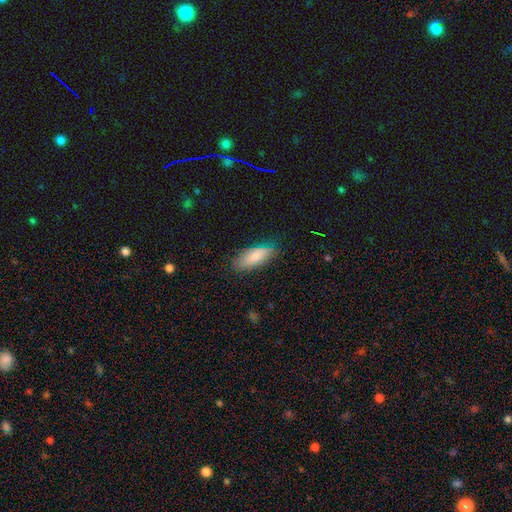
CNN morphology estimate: type=smooth (82%); roundness=in between (71%); merging=none (79%).